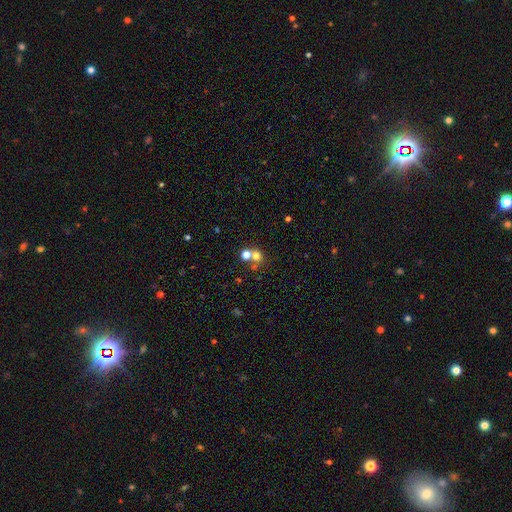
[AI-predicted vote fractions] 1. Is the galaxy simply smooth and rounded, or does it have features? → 67% smooth, 20% star or artifact, 13% featured or disk.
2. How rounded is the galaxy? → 83% round, 16% in between, 1% cigar-shaped.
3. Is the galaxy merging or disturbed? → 49% none, 41% merger, 6% minor disturbance, 4% major disturbance.